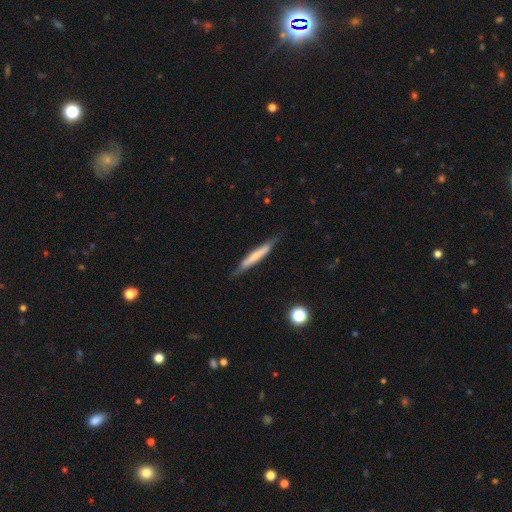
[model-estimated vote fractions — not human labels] Smooth or featured?
  - smooth: 55% *
  - featured or disk: 39%
  - star or artifact: 6%
How rounded?
  - cigar-shaped: 94% *
  - in between: 4%
  - round: 1%
Merging?
  - none: 80% *
  - minor disturbance: 16%
  - major disturbance: 3%
  - merger: 2%